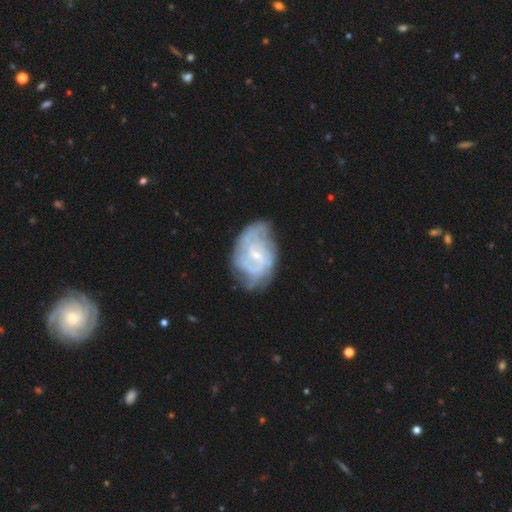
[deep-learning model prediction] A featured or disk galaxy (78%) with a weak bar (49%), tight (48%) spiral arms (87%) and a small central bulge (71%).

Vote fractions:
- Smooth or featured? featured or disk: 78% / smooth: 16% / star or artifact: 7%
- Edge-on disk? no: 97% / yes: 3%
- Bar? weak: 49% / no: 42% / strong: 10%
- Spiral arms? yes: 87% / no: 13%
- Spiral winding? tight: 48% / medium: 37% / loose: 15%
- Spiral arm count? can't tell: 41% / 2: 31% / 3: 13% / 4: 6% / 1: 4% / more than 4: 4%
- Bulge size? small: 71% / moderate: 21% / none: 5% / large: 1% / dominant: 1%
- Merging? none: 59% / minor disturbance: 27% / major disturbance: 12% / merger: 2%